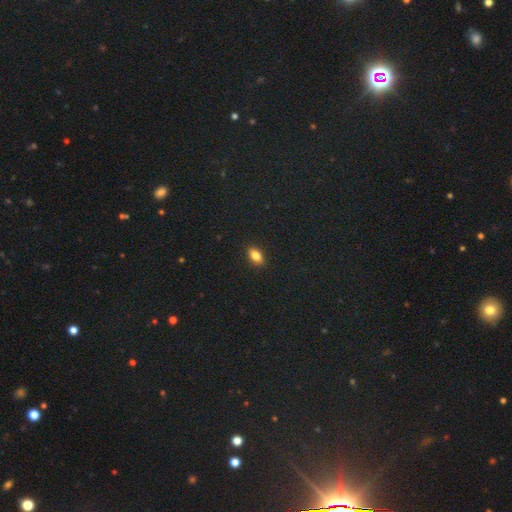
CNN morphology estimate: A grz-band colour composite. It shows a smooth galaxy with no disk features (82%) that is in between round and cigar-shaped (87%). Merging: none (89%).